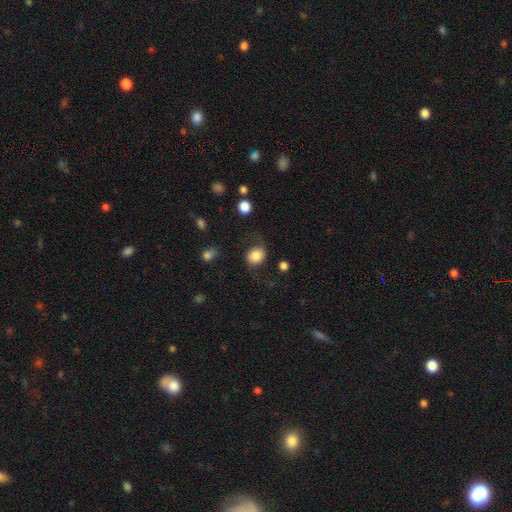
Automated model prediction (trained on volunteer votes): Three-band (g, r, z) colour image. It shows a smooth galaxy with no disk features (79%) that is round (58%). Merging: none (61%).